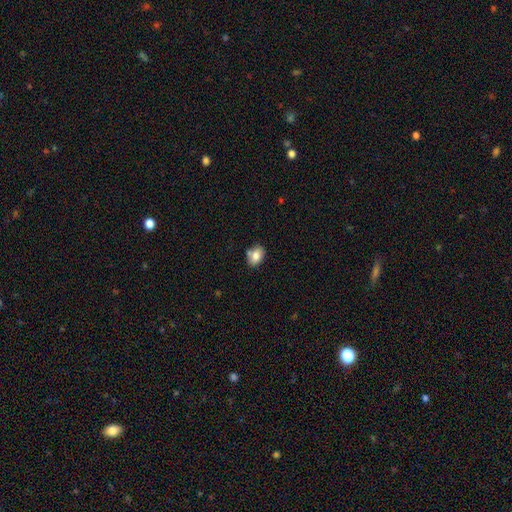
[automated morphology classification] A smooth galaxy with no disk features (79%) that is in between round and cigar-shaped (75%). Merging: none (66%).